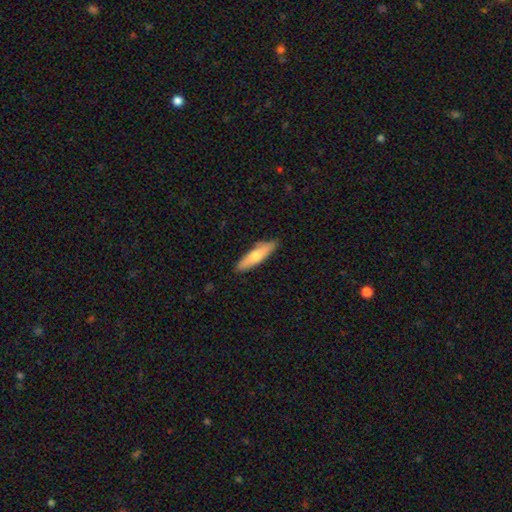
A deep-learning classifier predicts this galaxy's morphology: Smooth or featured?
  - smooth: 61% *
  - featured or disk: 33%
  - star or artifact: 6%
How rounded?
  - cigar-shaped: 69% *
  - in between: 29%
  - round: 2%
Merging?
  - none: 88% *
  - minor disturbance: 9%
  - major disturbance: 2%
  - merger: 1%